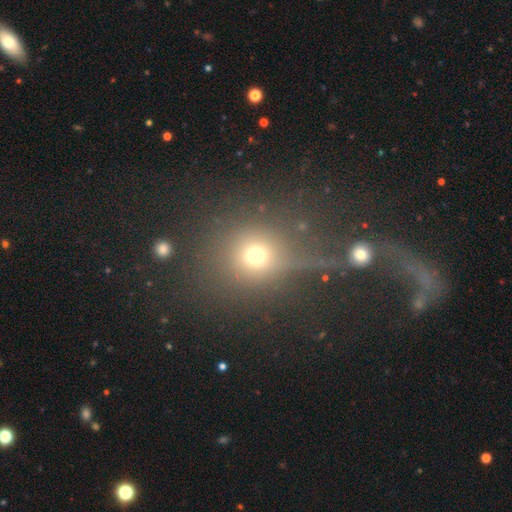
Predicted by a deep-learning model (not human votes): Q: Smooth or featured?
A: smooth (66%); runner-up: star or artifact (20%)
Q: How rounded?
A: round (84%); runner-up: in between (14%)
Q: Merging?
A: none (59%); runner-up: major disturbance (16%)